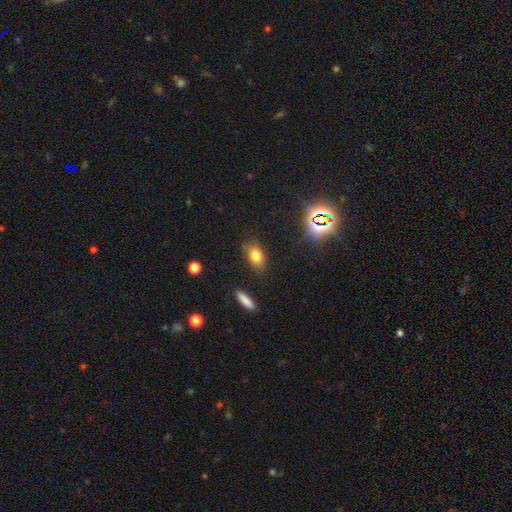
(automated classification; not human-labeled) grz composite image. It shows a smooth galaxy with no disk features (78%) that is in between round and cigar-shaped (82%). Merging: none (80%).